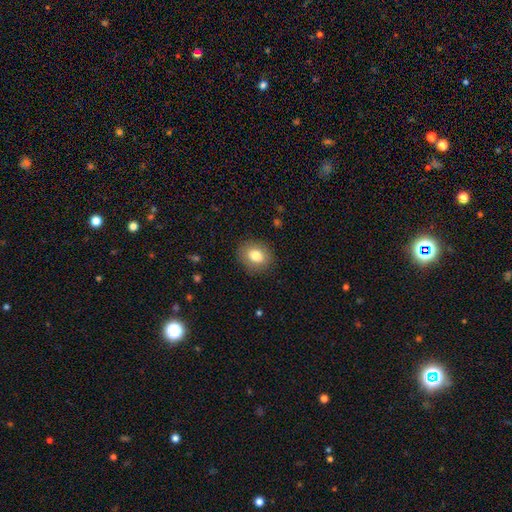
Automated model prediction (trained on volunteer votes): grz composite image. It shows a smooth galaxy with no disk features (81%) that is round (54%). Merging: none (88%).